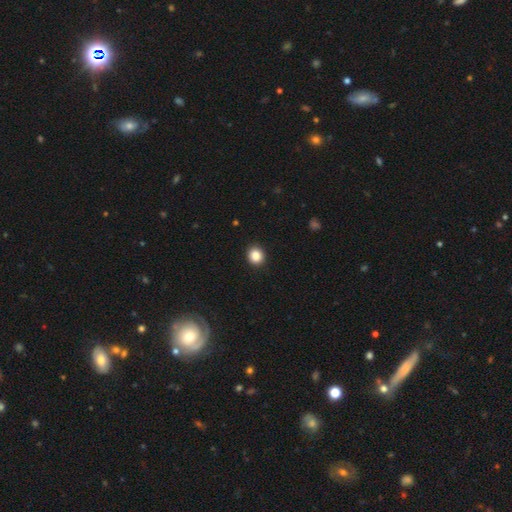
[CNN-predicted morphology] This is clearly a smooth galaxy (87%). How rounded: clearly round (82%). Merging: clearly none (91%).